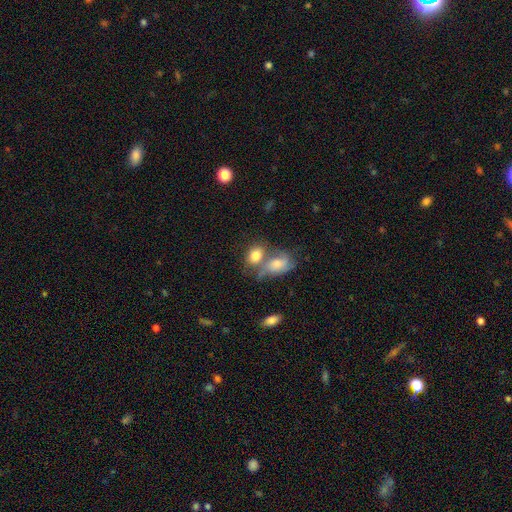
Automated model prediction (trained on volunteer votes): smooth 79%, featured or disk 13%, star or artifact 8%. Down the decision tree: how rounded — in between (77%); merging — merger (48%).